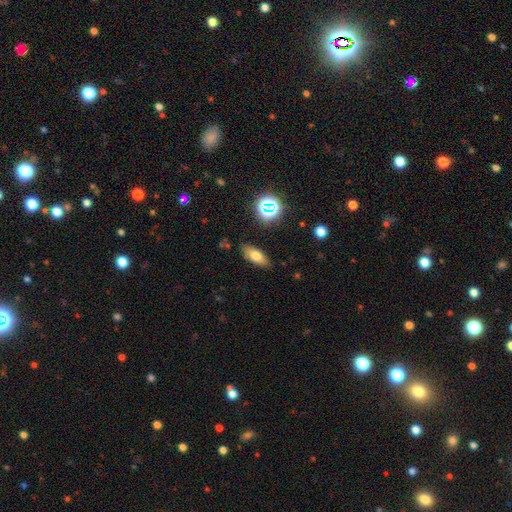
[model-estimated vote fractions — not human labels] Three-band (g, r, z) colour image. It shows a smooth galaxy with no disk features (69%) that is in between round and cigar-shaped (75%). Merging: none (85%).